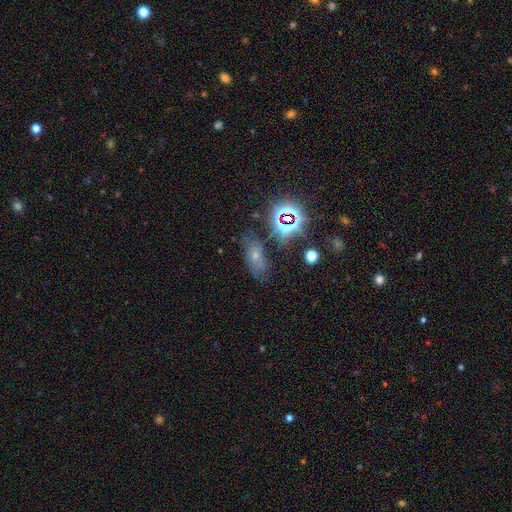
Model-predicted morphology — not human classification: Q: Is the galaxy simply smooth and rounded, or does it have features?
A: smooth — 41%.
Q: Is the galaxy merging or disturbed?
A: none — 62%.